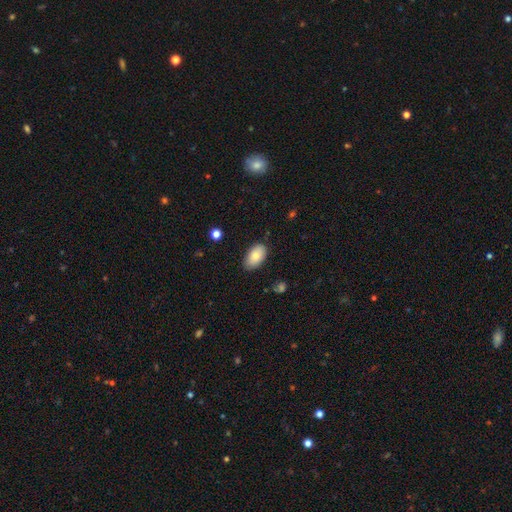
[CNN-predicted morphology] Smooth or featured? smooth (82%)
How rounded? in between (94%)
Merging? none (81%)